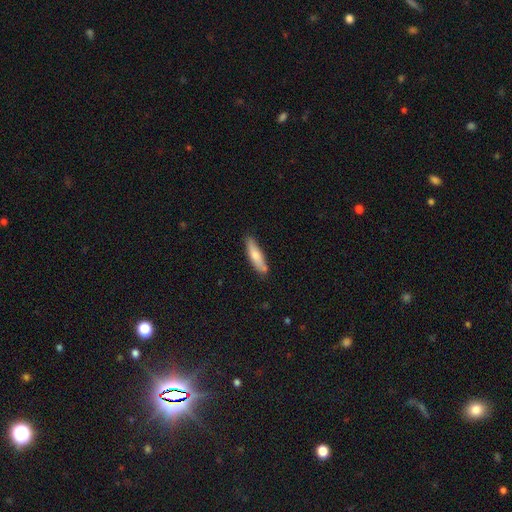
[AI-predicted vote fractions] Smooth or featured? smooth (71%)
How rounded? cigar-shaped (71%)
Merging? none (79%)